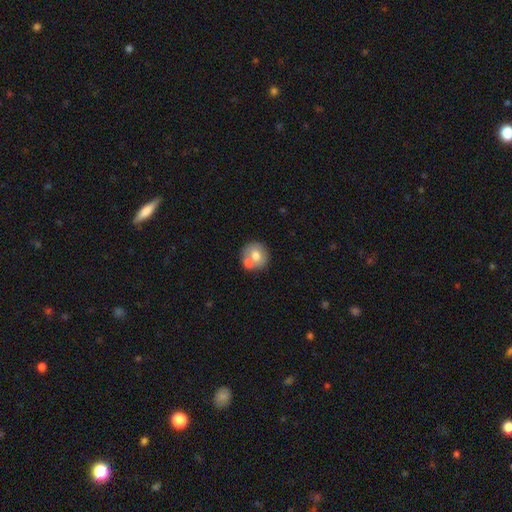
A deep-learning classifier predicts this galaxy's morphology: smooth_or_featured: smooth (p=0.68) [alt: featured or disk p=0.24]
how_rounded: round (p=0.87) [alt: in between p=0.12]
merging: none (p=0.57) [alt: merger p=0.30]